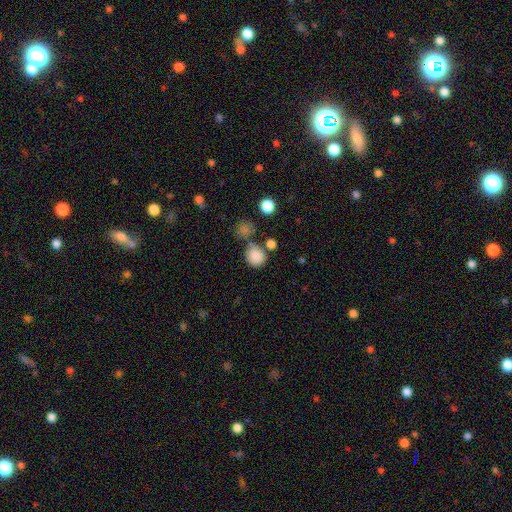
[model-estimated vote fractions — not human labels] smooth_or_featured: smooth (p=0.85) [alt: star or artifact p=0.11]
how_rounded: round (p=0.79) [alt: in between p=0.20]
merging: none (p=0.66) [alt: merger p=0.15]